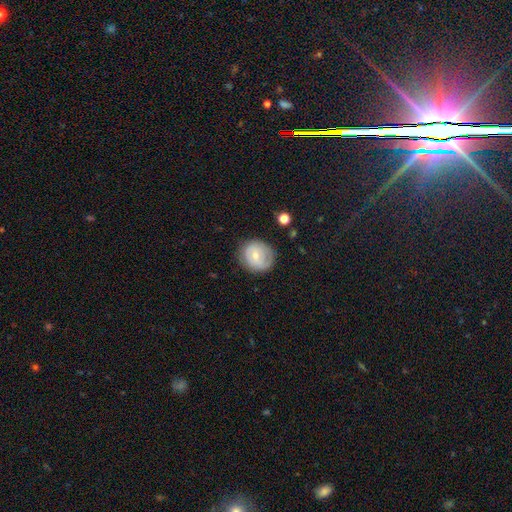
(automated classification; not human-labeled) smooth 51%, featured or disk 42%, star or artifact 7%. Down the decision tree: how rounded — round (79%); merging — none (73%).